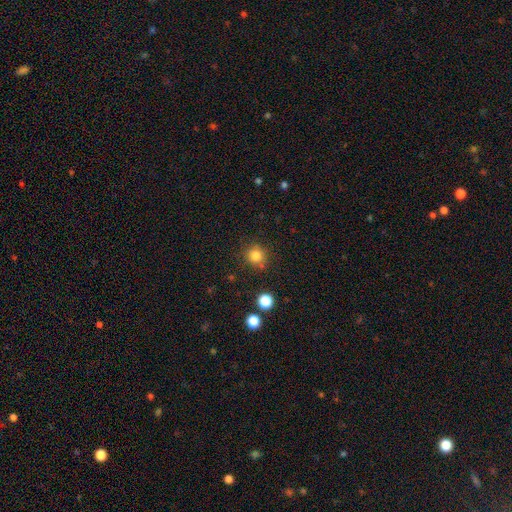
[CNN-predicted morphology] This appears to be a smooth galaxy with no disk features (82%) that is round (90%). Merging: none (82%).